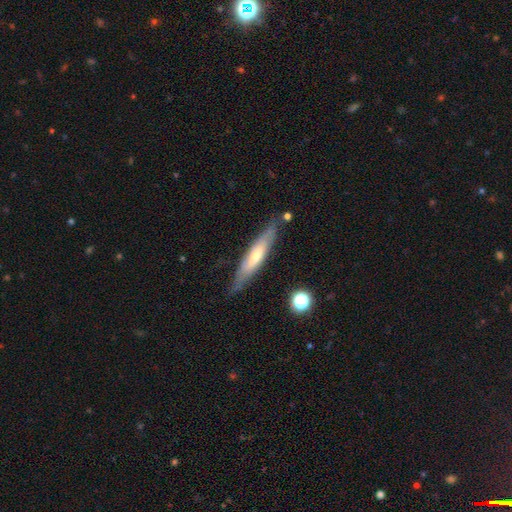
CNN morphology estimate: Smooth or featured? Predicted: featured or disk (p=0.52). Edge-on disk? Predicted: yes (p=0.76). Merging? Predicted: none (p=0.78).